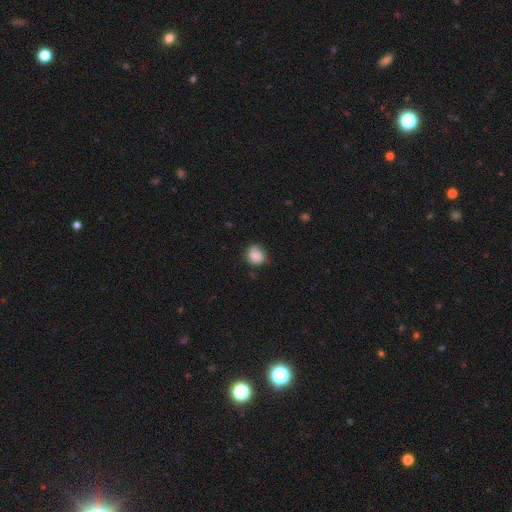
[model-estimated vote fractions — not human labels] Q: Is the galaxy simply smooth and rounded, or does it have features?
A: smooth — 85%.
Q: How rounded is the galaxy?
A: round — 69%.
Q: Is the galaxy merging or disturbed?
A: none — 65%.